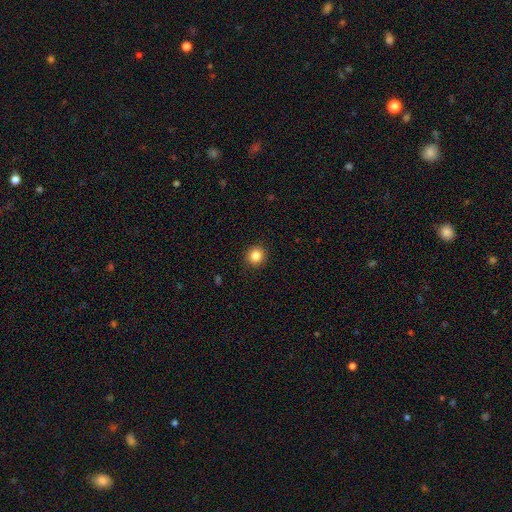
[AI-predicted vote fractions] The model was most divided on "smooth or featured": smooth: 85%, star or artifact: 10%, featured or disk: 5%. More confident: how rounded — round (92%); merging — none (91%).